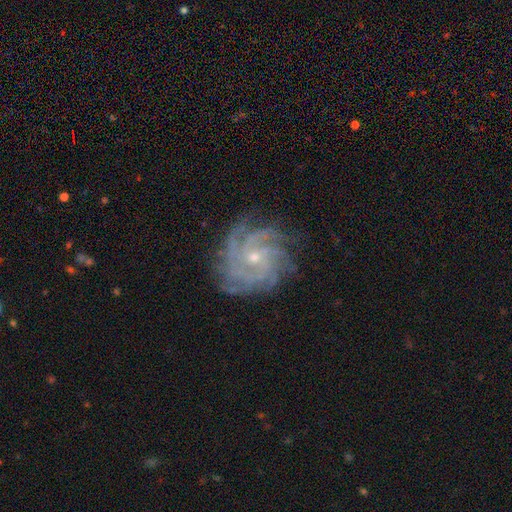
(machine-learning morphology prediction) This appears to be a featured or disk galaxy (85%) with no bar (67%), 4 (26%) tight (75%) spiral arms (98%) and a small central bulge (72%). Merging: none (82%).